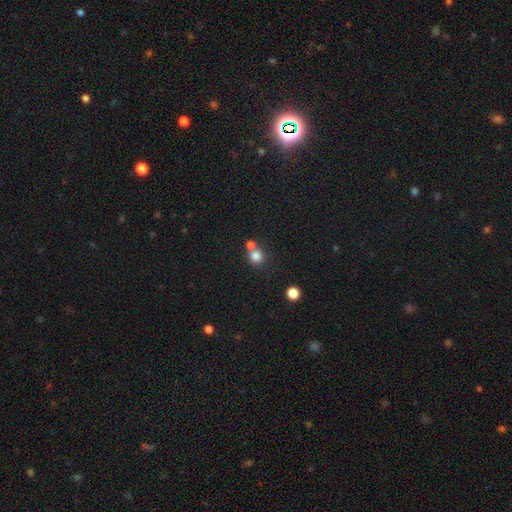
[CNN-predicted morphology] Smooth or featured? Predicted: smooth (p=0.80). How rounded? Predicted: round (p=0.86). Merging? Predicted: none (p=0.48).